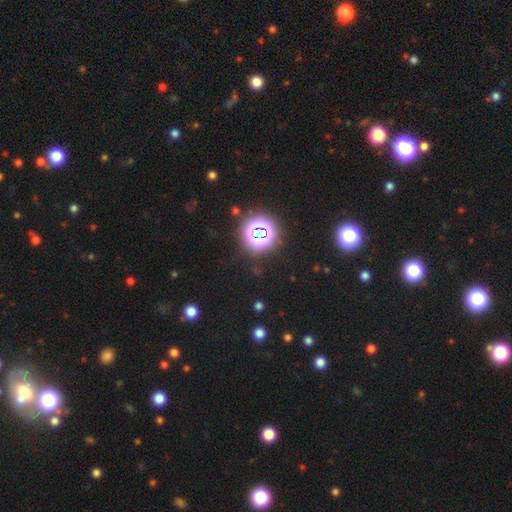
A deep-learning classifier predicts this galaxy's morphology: Overall: star or artifact (77%).